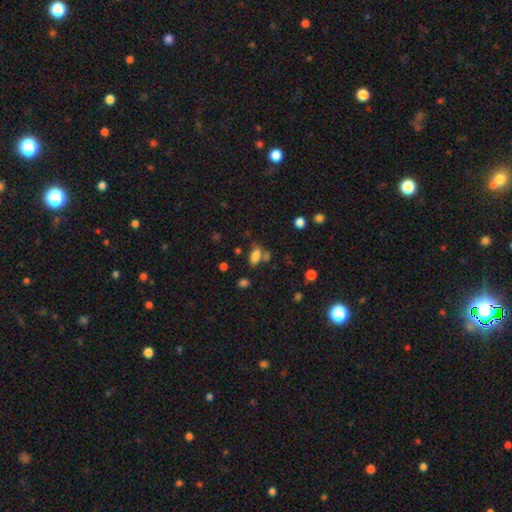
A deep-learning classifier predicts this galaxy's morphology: Smooth or featured? smooth (80%)
How rounded? in between (88%)
Merging? none (57%)